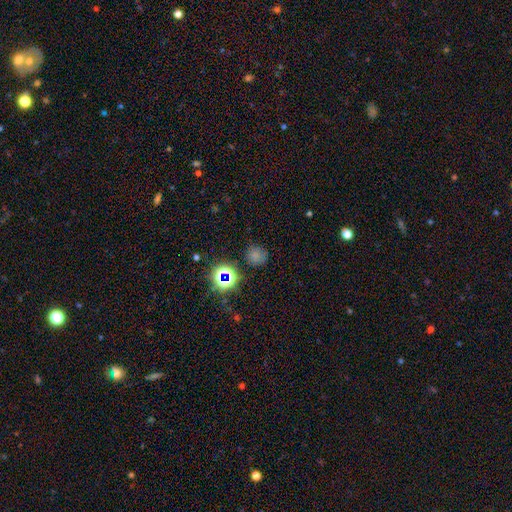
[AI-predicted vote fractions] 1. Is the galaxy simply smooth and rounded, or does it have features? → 64% smooth, 28% star or artifact, 8% featured or disk.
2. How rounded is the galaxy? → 86% round, 13% in between, 1% cigar-shaped.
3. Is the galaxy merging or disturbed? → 77% none, 14% minor disturbance, 5% major disturbance, 4% merger.